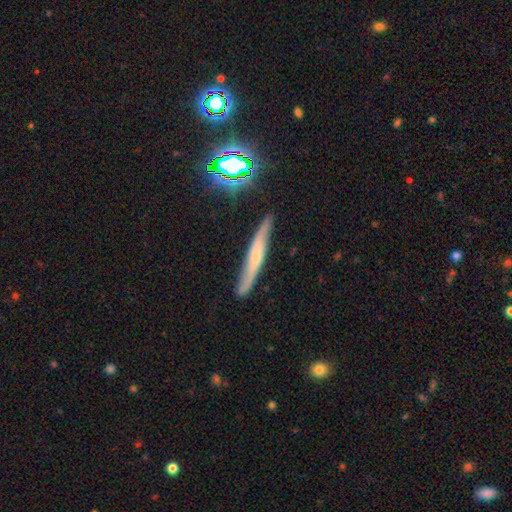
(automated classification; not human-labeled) This appears to be a featured or disk galaxy (58%) viewed edge-on (79%). Merging: none (80%).